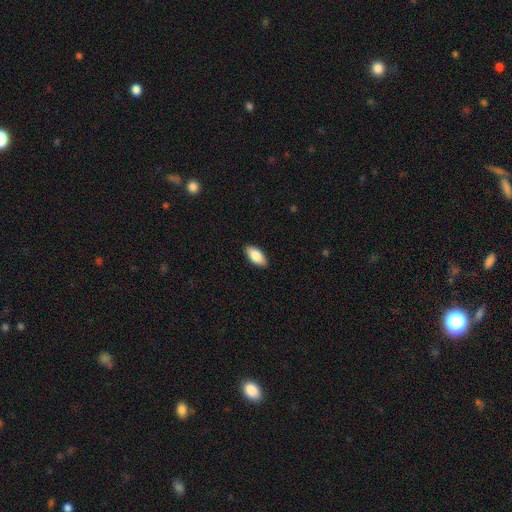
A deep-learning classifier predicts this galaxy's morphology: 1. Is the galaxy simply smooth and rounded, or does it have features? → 84% smooth, 10% featured or disk, 6% star or artifact.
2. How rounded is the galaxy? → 91% in between, 6% cigar-shaped, 2% round.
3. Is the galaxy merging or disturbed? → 89% none, 8% minor disturbance, 2% major disturbance, 1% merger.